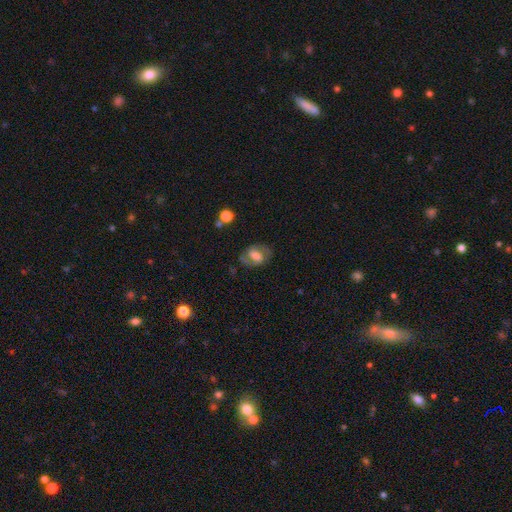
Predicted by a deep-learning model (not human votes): This is possibly a featured or disk galaxy (56%). It is clearly not viewed edge-on (96%). Bar: marginally weak (43%). Spiral arm pattern: likely yes (73%). Central bulge: marginally large (38%). Merging: likely none (69%).